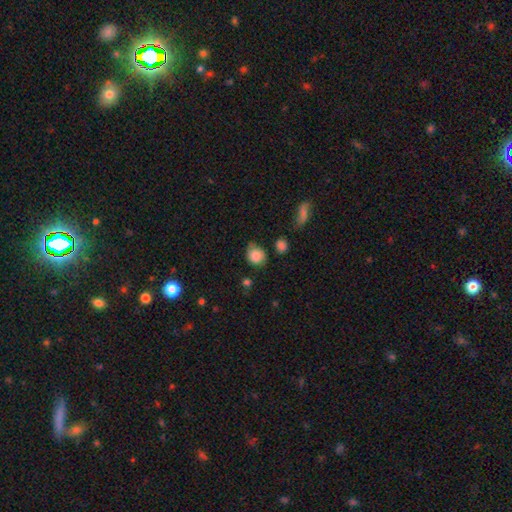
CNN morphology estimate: Smooth or featured? Predicted: smooth (p=0.84). How rounded? Predicted: round (p=0.77). Merging? Predicted: none (p=0.62).